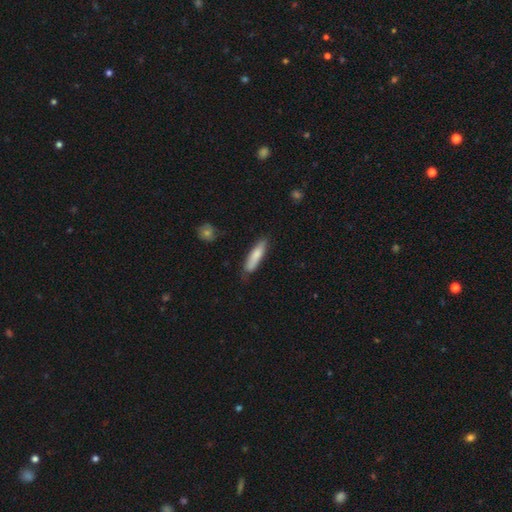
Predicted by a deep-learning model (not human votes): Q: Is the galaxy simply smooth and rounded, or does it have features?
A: smooth — 78%.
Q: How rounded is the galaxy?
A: cigar-shaped — 75%.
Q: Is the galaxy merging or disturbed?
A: none — 76%.